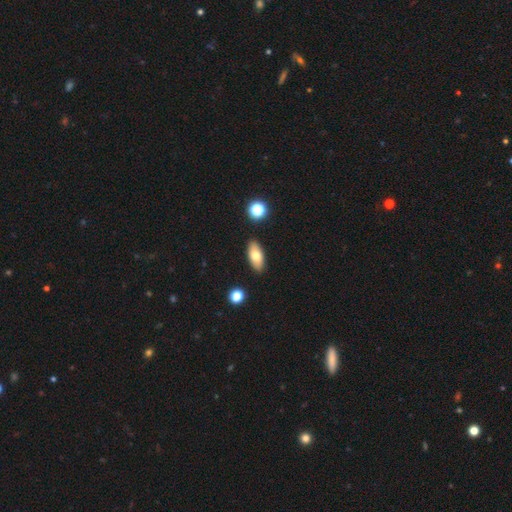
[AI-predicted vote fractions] smooth-or-featured: smooth: 71% | featured or disk: 22% | star or artifact: 8%
  how-rounded: in between: 86% | cigar-shaped: 11% | round: 3%
  merging: none: 87% | minor disturbance: 8% | merger: 2% | major disturbance: 2%